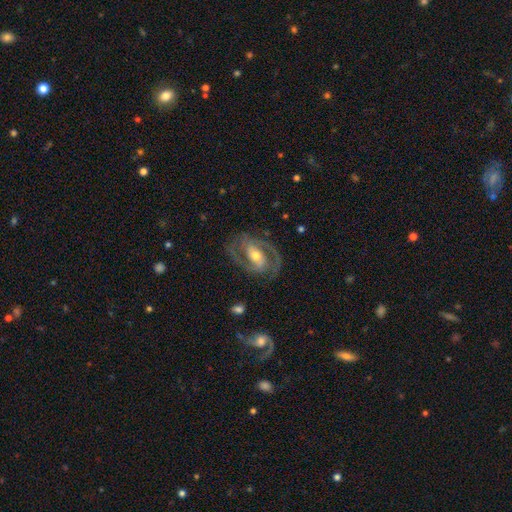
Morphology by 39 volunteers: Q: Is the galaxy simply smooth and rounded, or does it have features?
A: featured or disk — 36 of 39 (92%).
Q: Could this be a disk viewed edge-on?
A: no — 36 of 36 (100%).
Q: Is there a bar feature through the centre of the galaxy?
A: strong — 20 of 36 (56%).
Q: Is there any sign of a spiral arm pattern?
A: yes — 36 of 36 (100%).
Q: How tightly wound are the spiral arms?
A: medium — 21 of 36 (58%).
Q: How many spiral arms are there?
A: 2 — 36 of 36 (100%).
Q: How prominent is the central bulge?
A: moderate — 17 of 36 (47%).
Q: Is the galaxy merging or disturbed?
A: none — 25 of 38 (66%).